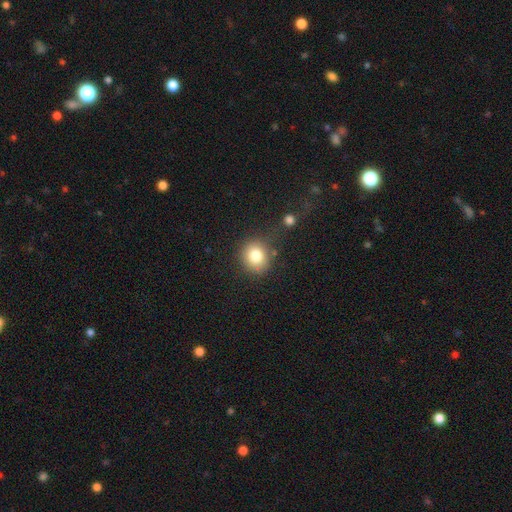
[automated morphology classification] Q: Smooth or featured?
A: smooth (81%); runner-up: star or artifact (11%)
Q: How rounded?
A: round (83%); runner-up: in between (16%)
Q: Merging?
A: none (77%); runner-up: minor disturbance (12%)